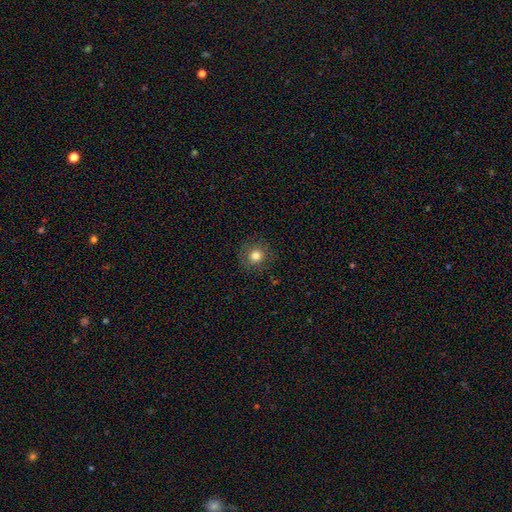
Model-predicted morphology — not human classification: A smooth galaxy with no disk features (80%) that is round (91%). Merging: none (88%).